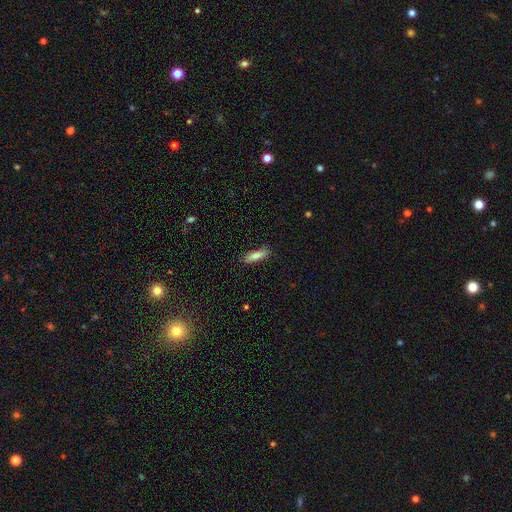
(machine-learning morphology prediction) The model was most divided on "how rounded": cigar-shaped: 61%, in between: 37%, round: 2%. More confident: merging — none (86%); smooth or featured — smooth (76%).